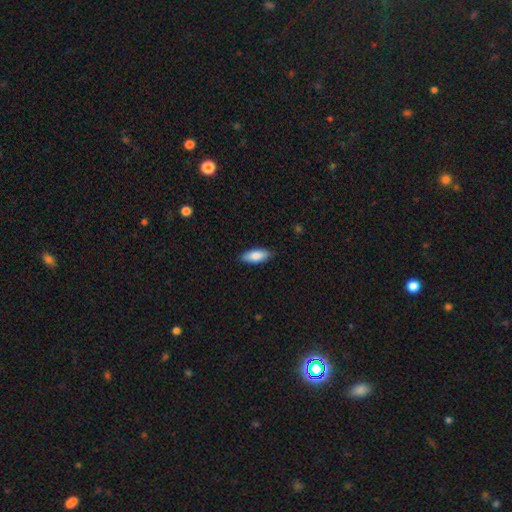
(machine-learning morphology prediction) The model was most divided on "how rounded": in between: 84%, cigar-shaped: 15%, round: 2%. More confident: merging — none (84%); smooth or featured — smooth (84%).